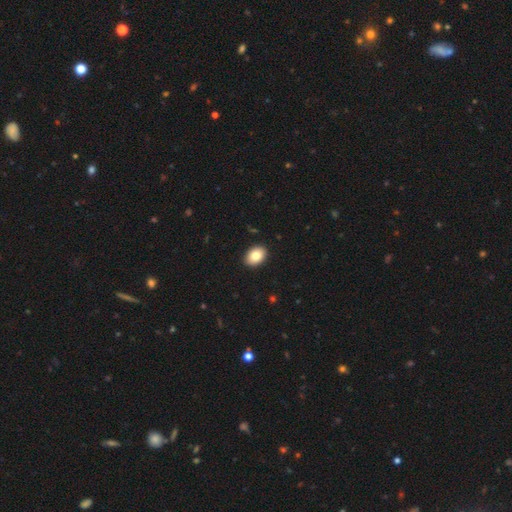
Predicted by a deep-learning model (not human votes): A smooth galaxy with no disk features (83%) that is in between round and cigar-shaped (81%).

Vote fractions:
- Smooth or featured? smooth: 83% / featured or disk: 9% / star or artifact: 8%
- How rounded? in between: 81% / round: 18% / cigar-shaped: 1%
- Merging? none: 91% / minor disturbance: 7% / major disturbance: 2% / merger: 1%